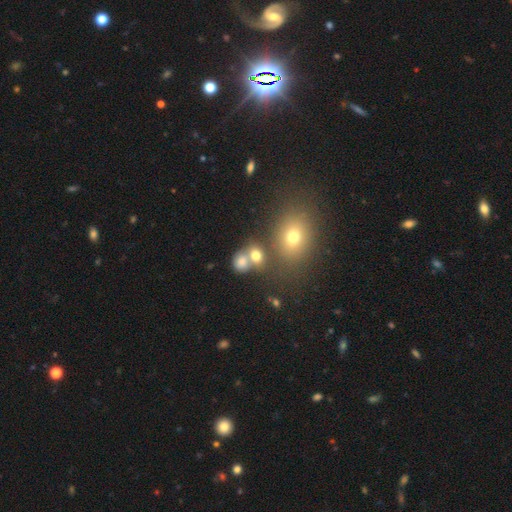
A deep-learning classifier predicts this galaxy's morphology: type=smooth (72%); roundness=round (61%); merging=none (44%).